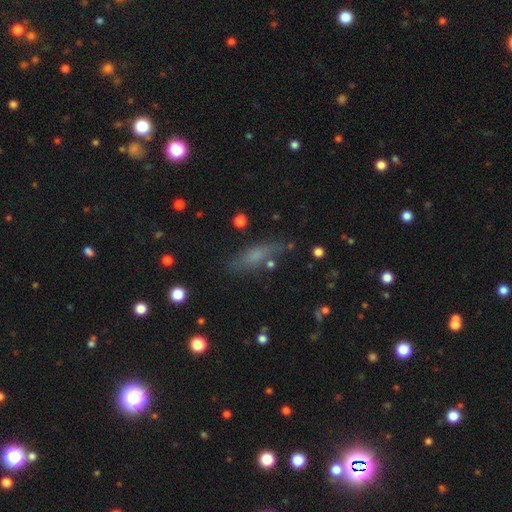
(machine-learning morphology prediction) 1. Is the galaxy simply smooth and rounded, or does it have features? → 59% smooth, 26% featured or disk, 15% star or artifact.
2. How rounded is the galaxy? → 56% cigar-shaped, 40% in between, 4% round.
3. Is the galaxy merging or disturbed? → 72% none, 17% minor disturbance, 7% major disturbance, 4% merger.